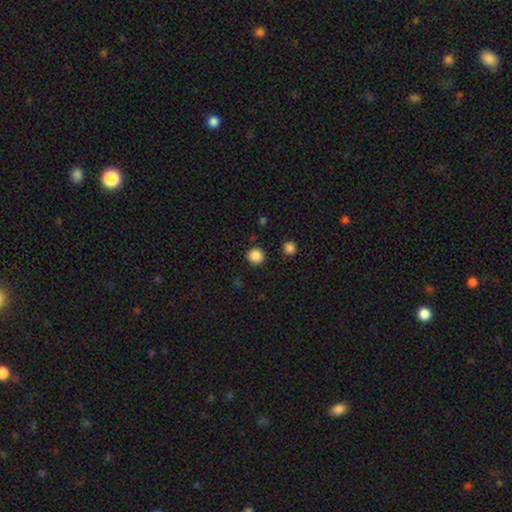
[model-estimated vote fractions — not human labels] smooth-or-featured: smooth: 87% | star or artifact: 11% | featured or disk: 3%
  how-rounded: round: 94% | in between: 5% | cigar-shaped: 1%
  merging: none: 91% | minor disturbance: 5% | major disturbance: 2% | merger: 2%